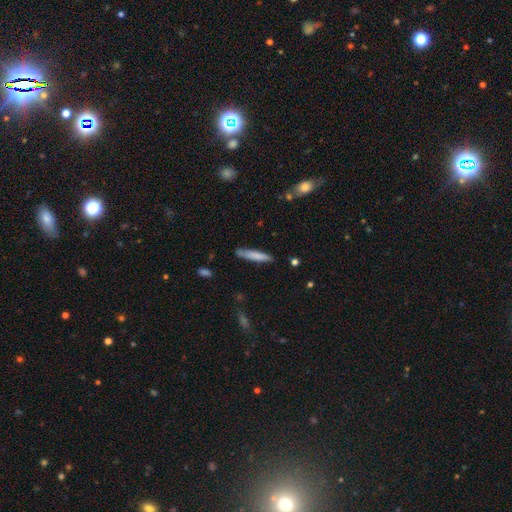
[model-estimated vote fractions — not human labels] smooth-or-featured: smooth: 76% | featured or disk: 18% | star or artifact: 6%
  how-rounded: cigar-shaped: 89% | in between: 10% | round: 1%
  merging: none: 77% | minor disturbance: 17% | merger: 3% | major disturbance: 3%